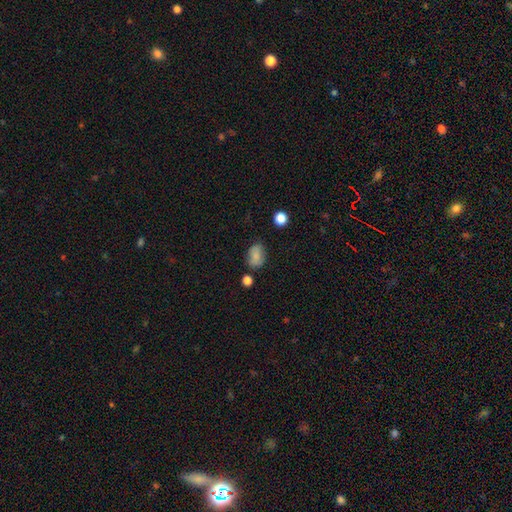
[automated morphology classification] Overall: smooth (81%). How rounded: in between (78%). Merging: none (69%).